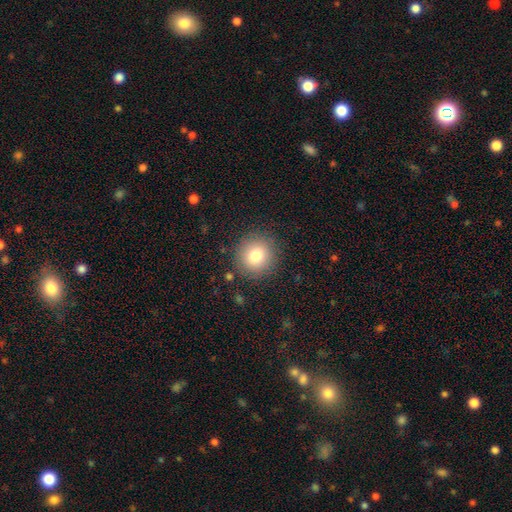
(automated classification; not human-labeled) smooth 80%, star or artifact 10%, featured or disk 10%. Down the decision tree: how rounded — round (90%); merging — none (87%).